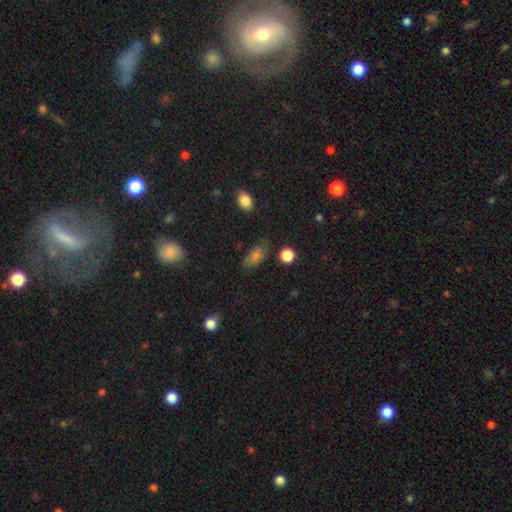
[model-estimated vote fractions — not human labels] This is likely a smooth galaxy (70%). How rounded: clearly in between (83%). Merging: likely none (64%).